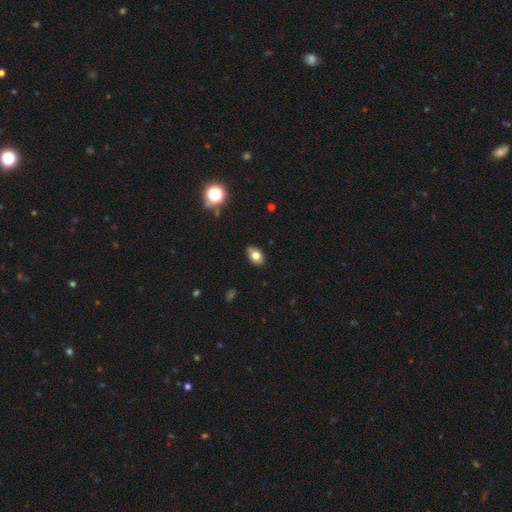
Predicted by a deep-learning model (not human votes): Smooth or featured? smooth (78%)
How rounded? in between (82%)
Merging? none (83%)